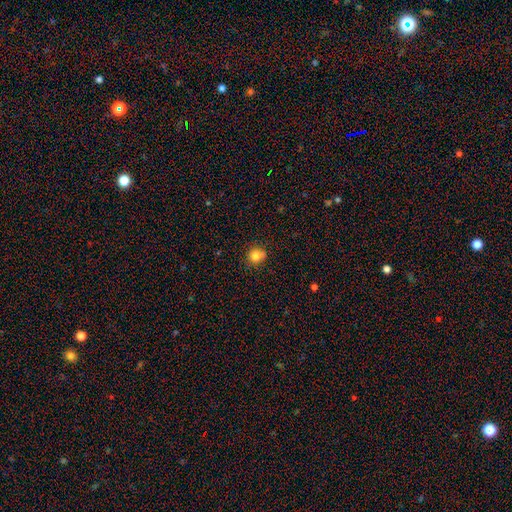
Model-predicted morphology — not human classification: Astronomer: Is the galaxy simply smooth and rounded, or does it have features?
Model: smooth — 82%.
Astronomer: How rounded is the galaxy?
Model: round — 84%.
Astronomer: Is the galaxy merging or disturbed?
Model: none — 74%.